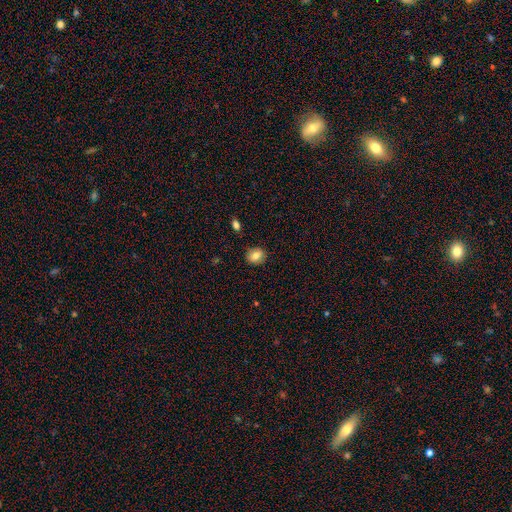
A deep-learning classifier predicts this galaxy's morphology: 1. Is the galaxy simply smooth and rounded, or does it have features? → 81% smooth, 9% star or artifact, 9% featured or disk.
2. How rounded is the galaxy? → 62% round, 37% in between, 1% cigar-shaped.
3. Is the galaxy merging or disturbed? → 87% none, 9% minor disturbance, 2% major disturbance, 1% merger.